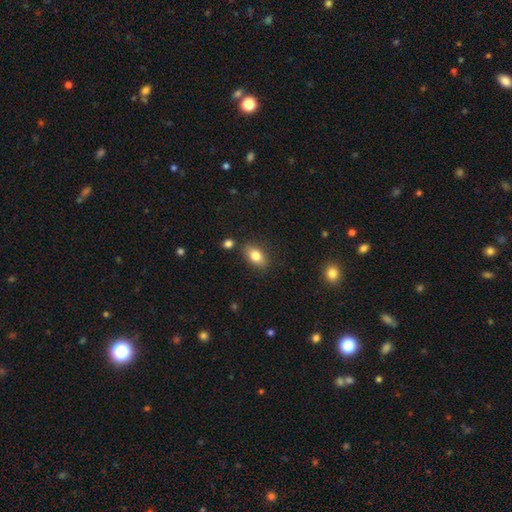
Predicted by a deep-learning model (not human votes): This appears to be a smooth galaxy with no disk features (81%) that is in between round and cigar-shaped (86%). Merging: none (83%).